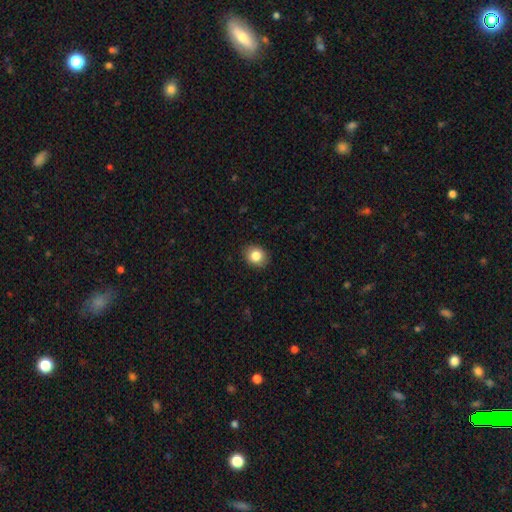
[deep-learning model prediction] A smooth galaxy with no disk features (83%) that is round (59%).

Vote fractions:
- Smooth or featured? smooth: 83% / star or artifact: 9% / featured or disk: 7%
- How rounded? round: 59% / in between: 40% / cigar-shaped: 1%
- Merging? none: 89% / minor disturbance: 8% / major disturbance: 2% / merger: 1%